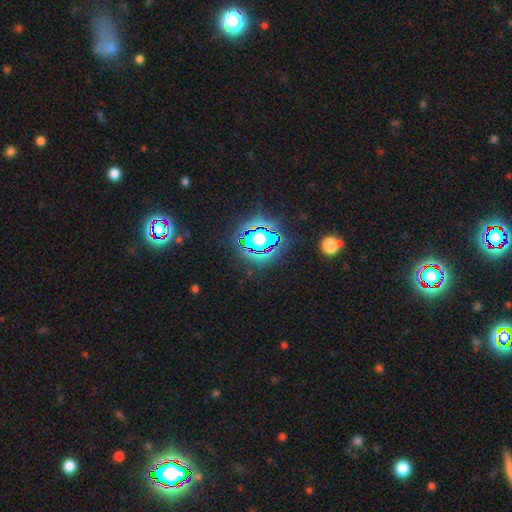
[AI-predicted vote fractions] Q: Smooth or featured?
A: star or artifact (81%); runner-up: smooth (12%)